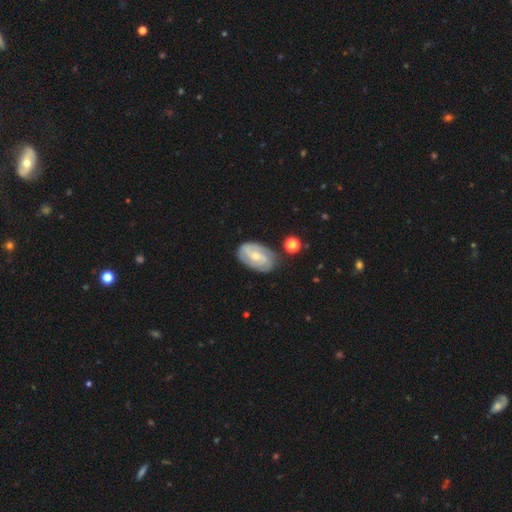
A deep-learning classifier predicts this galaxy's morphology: This appears to be a featured or disk galaxy (76%) with no bar (46%), 2 (58%) tight (49%) spiral arms (94%) and a small central bulge (61%). Merging: none (75%).